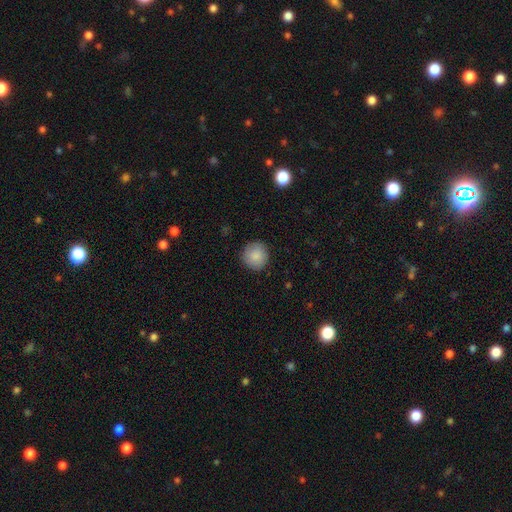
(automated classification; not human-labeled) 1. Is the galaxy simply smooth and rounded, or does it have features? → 87% smooth, 7% star or artifact, 6% featured or disk.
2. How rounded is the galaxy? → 93% round, 6% in between, 1% cigar-shaped.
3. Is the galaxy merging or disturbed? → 89% none, 8% minor disturbance, 2% major disturbance, 1% merger.